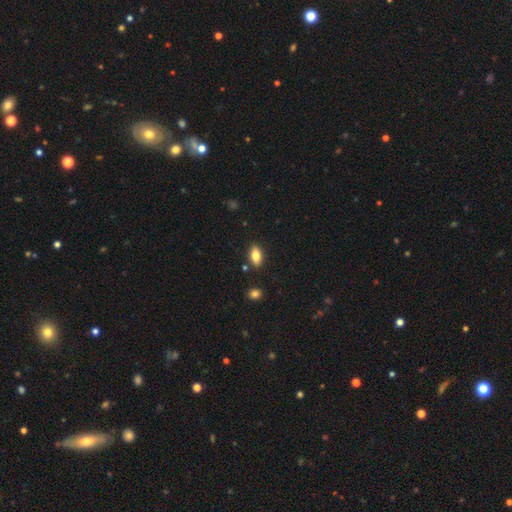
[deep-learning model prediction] Smooth or featured? smooth (80%)
How rounded? in between (89%)
Merging? none (86%)